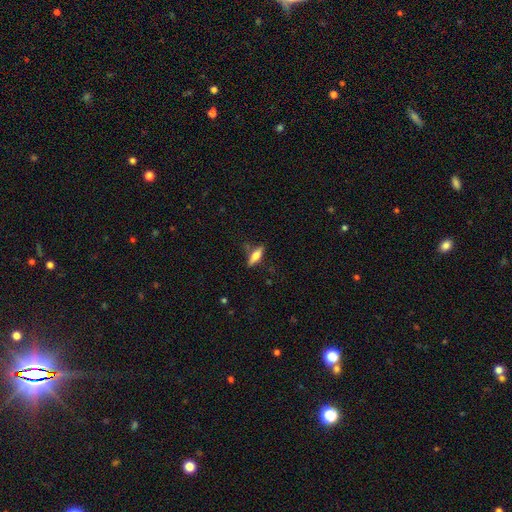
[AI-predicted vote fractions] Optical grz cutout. It shows a smooth galaxy with no disk features (59%) that is cigar-shaped (51%). Merging: none (74%).